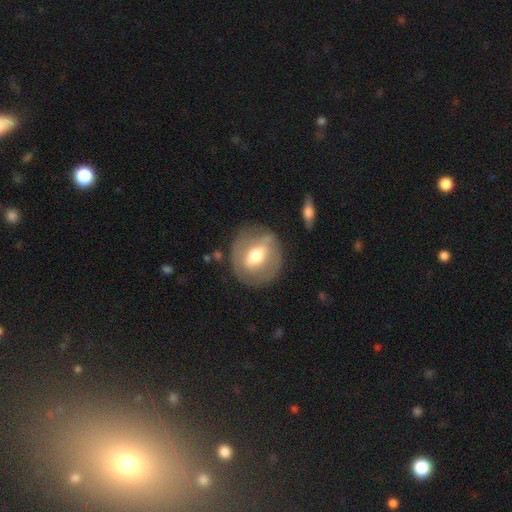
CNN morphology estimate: A featured or disk galaxy (49%). Merging: none (74%).